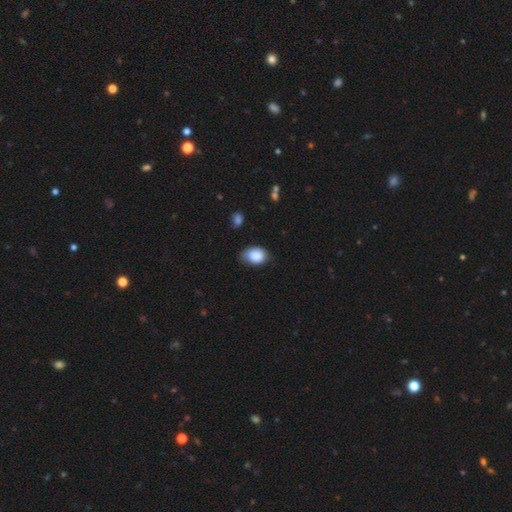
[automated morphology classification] type=smooth (87%); roundness=in between (80%); merging=none (67%).